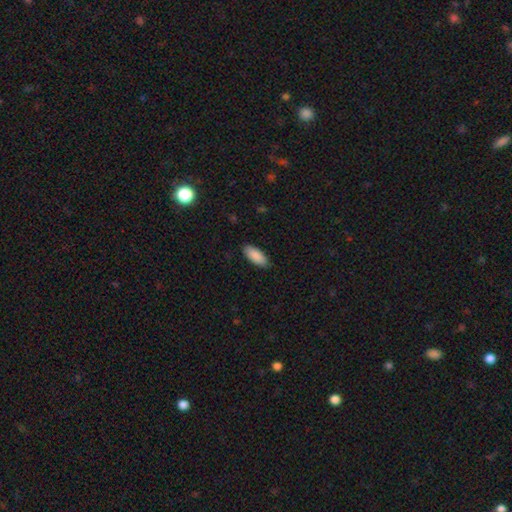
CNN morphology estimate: Q: Smooth or featured?
A: smooth (90%); runner-up: star or artifact (6%)
Q: How rounded?
A: in between (83%); runner-up: cigar-shaped (16%)
Q: Merging?
A: none (87%); runner-up: minor disturbance (10%)